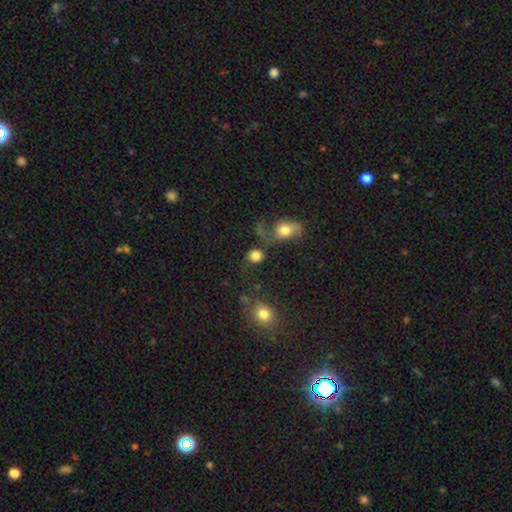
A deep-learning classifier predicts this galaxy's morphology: smooth_or_featured: smooth (p=0.80) [alt: star or artifact p=0.10]
how_rounded: round (p=0.77) [alt: in between p=0.22]
merging: none (p=0.48) [alt: merger p=0.24]